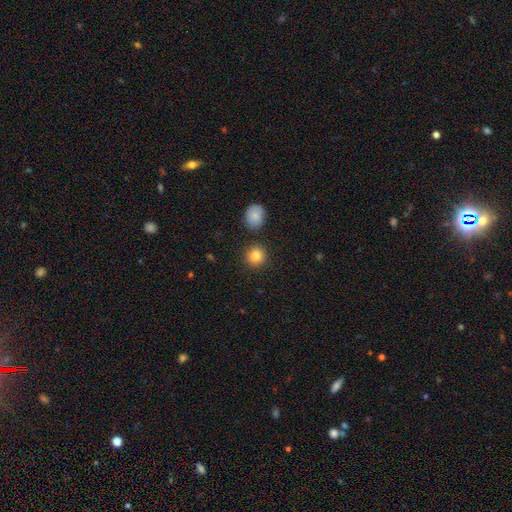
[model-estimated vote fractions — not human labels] This is clearly a smooth galaxy (83%). How rounded: clearly round (92%). Merging: clearly none (88%).